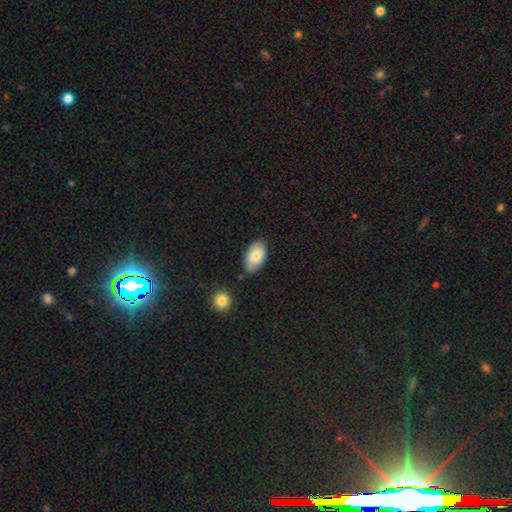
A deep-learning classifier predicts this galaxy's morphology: Smooth or featured? Predicted: smooth (p=0.75). How rounded? Predicted: in between (p=0.93). Merging? Predicted: none (p=0.73).